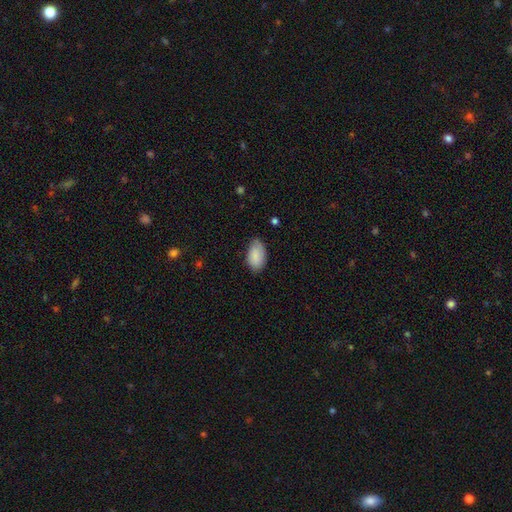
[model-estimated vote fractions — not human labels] Smooth or featured?
  - smooth: 87% *
  - featured or disk: 7%
  - star or artifact: 6%
How rounded?
  - in between: 94% *
  - round: 4%
  - cigar-shaped: 2%
Merging?
  - none: 75% *
  - minor disturbance: 21%
  - major disturbance: 3%
  - merger: 1%